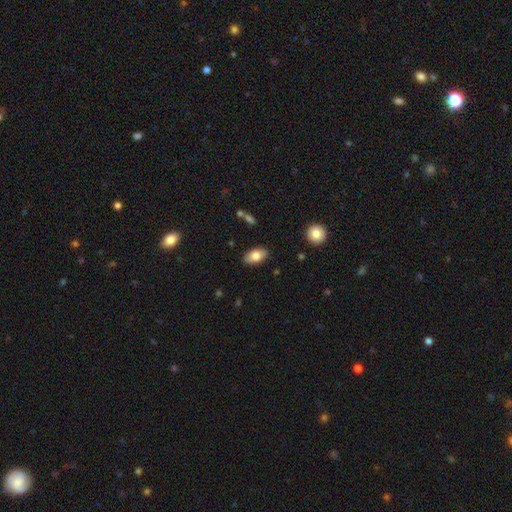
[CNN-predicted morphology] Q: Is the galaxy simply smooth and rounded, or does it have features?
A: smooth — 80%.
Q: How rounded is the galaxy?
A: in between — 93%.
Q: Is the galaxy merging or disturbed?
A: none — 87%.